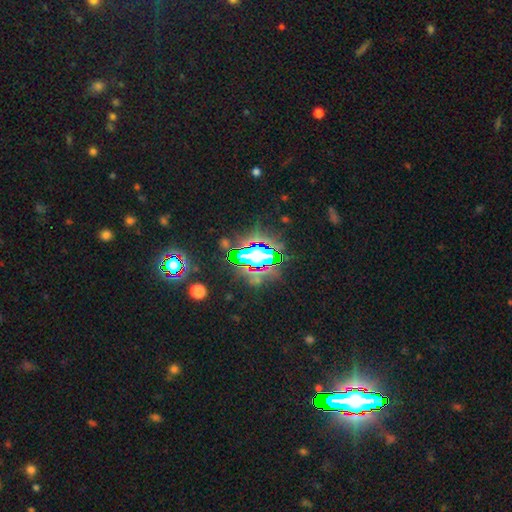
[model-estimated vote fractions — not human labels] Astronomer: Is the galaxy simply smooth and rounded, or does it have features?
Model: star or artifact — 70%.